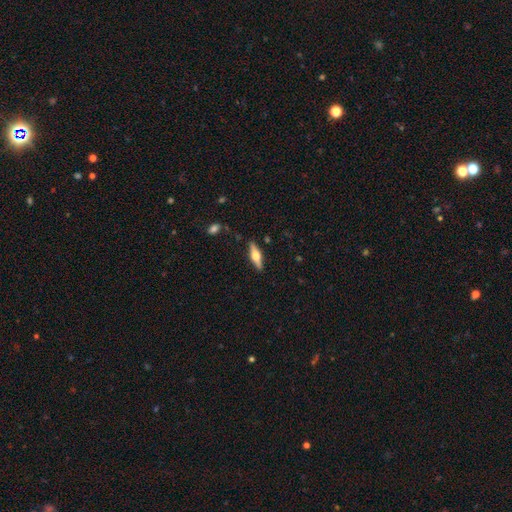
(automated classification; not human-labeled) Smooth or featured?
  - featured or disk: 61% *
  - smooth: 34%
  - star or artifact: 6%
Edge-on disk?
  - yes: 95% *
  - no: 5%
Edge-on bulge?
  - rounded: 94% *
  - boxy: 4%
  - none: 2%
Merging?
  - none: 88% *
  - minor disturbance: 9%
  - major disturbance: 2%
  - merger: 2%